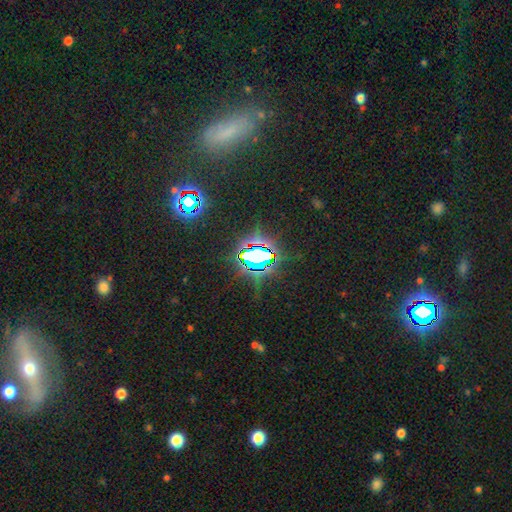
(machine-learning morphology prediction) smooth_or_featured: star or artifact (p=0.78) [alt: smooth p=0.13]